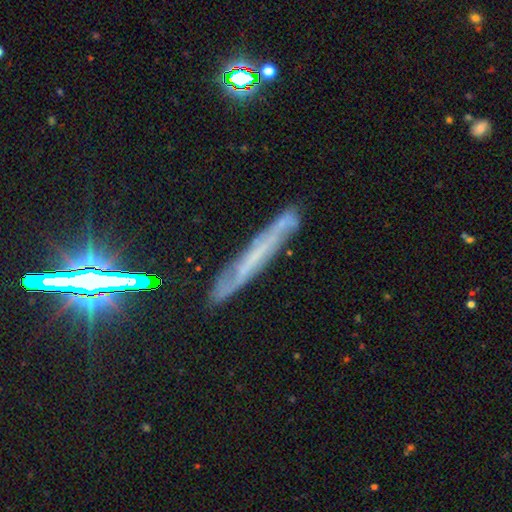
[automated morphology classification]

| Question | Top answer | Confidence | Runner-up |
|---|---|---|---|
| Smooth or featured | featured or disk | 54% | smooth (29%) |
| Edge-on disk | yes | 80% | no (20%) |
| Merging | none | 77% | minor disturbance (17%) |